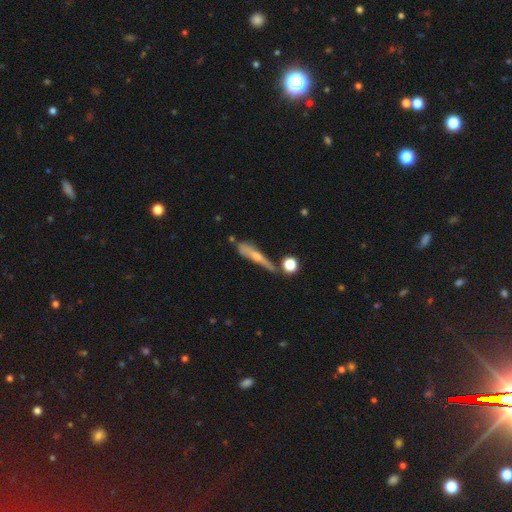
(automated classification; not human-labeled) smooth-or-featured: smooth: 47% | featured or disk: 44% | star or artifact: 9%
  merging: none: 46% | minor disturbance: 26% | major disturbance: 16% | merger: 12%